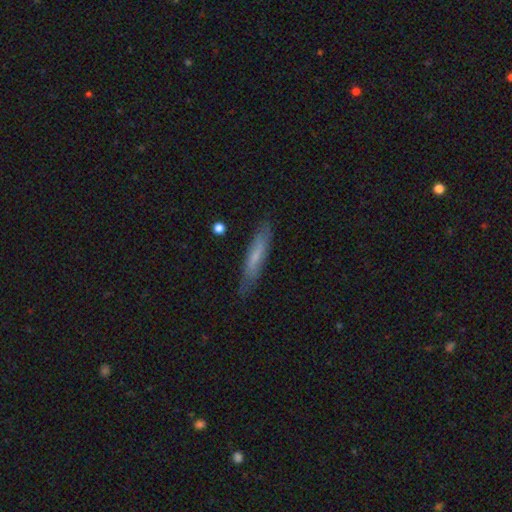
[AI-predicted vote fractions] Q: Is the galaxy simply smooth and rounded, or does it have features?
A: smooth — 58%.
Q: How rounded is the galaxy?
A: cigar-shaped — 88%.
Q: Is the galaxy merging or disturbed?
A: none — 82%.